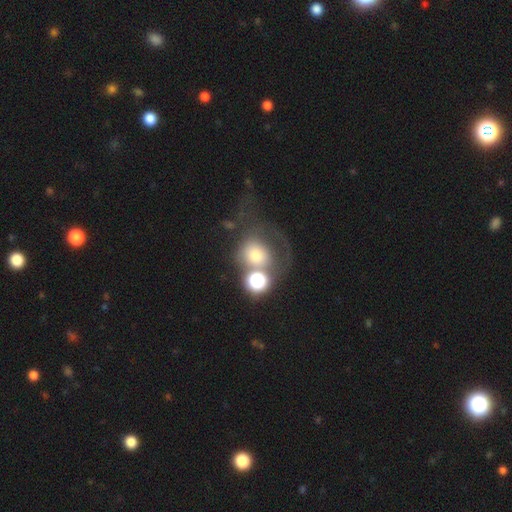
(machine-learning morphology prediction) smooth 58%, featured or disk 26%, star or artifact 16%. Down the decision tree: how rounded — round (76%); merging — merger (34%).